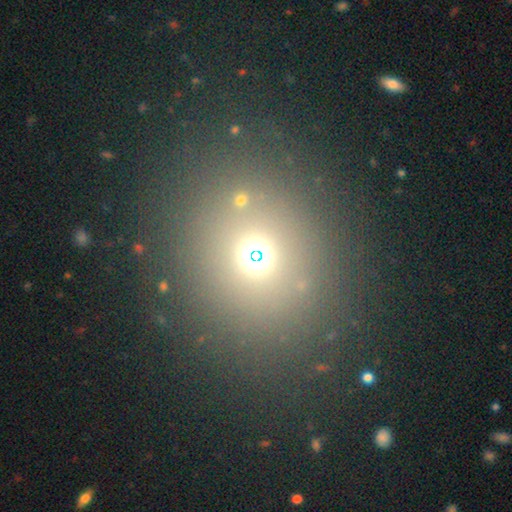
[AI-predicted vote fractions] This appears to be a smooth galaxy with no disk features (57%) that is round (78%). Merging: none (83%).